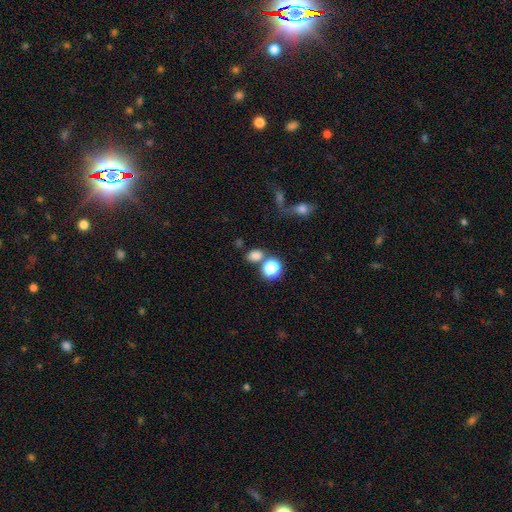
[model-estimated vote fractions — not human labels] Overall: smooth (76%). How rounded: in between (55%; round 44%). Merging: none (63%).